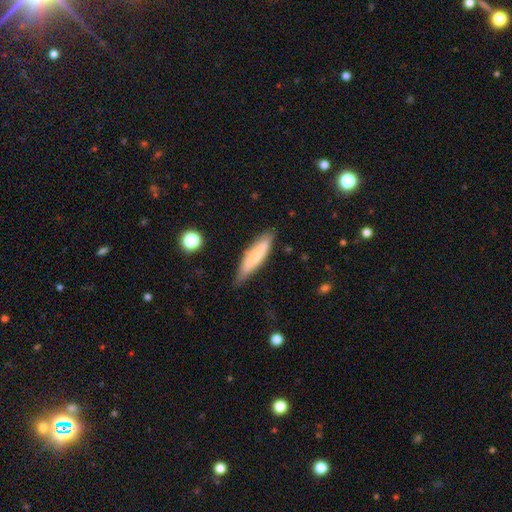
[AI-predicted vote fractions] smooth 70%, featured or disk 24%, star or artifact 6%. Down the decision tree: how rounded — cigar-shaped (76%); merging — none (74%).